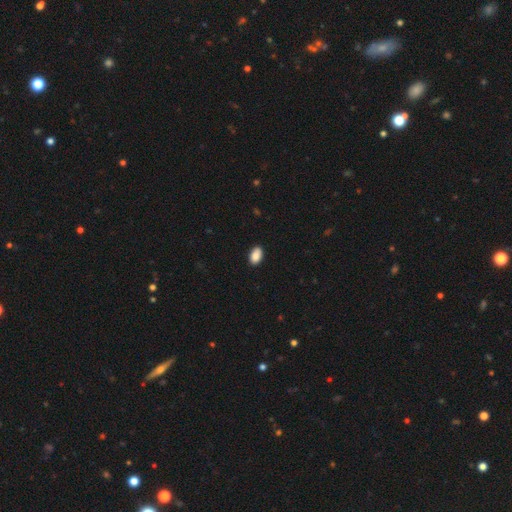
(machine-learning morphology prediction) Smooth or featured? Predicted: smooth (p=0.88). How rounded? Predicted: in between (p=0.92). Merging? Predicted: none (p=0.87).